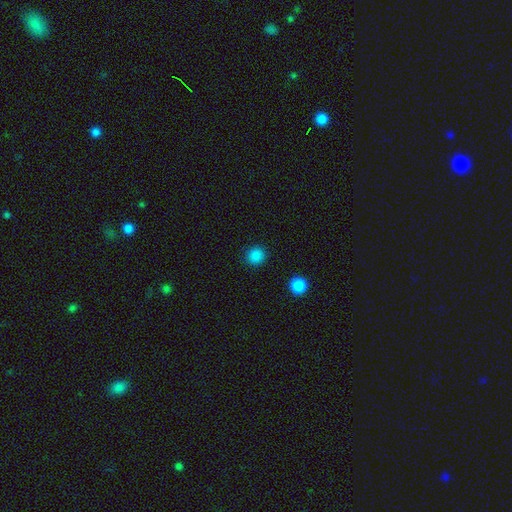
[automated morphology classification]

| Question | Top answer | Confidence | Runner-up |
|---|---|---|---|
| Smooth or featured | smooth | 86% | star or artifact (12%) |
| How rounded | round | 91% | in between (8%) |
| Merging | none | 90% | minor disturbance (6%) |